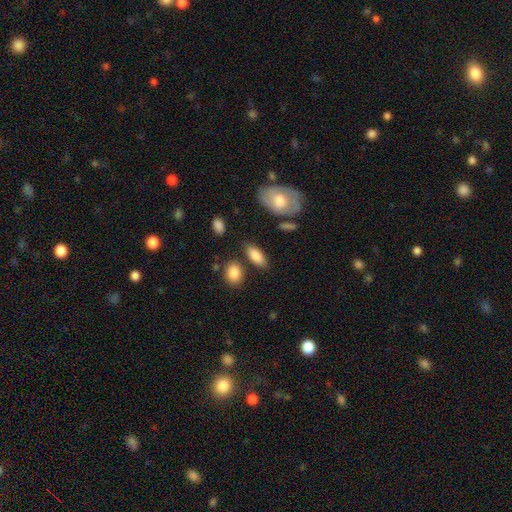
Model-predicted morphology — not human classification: Overall: smooth (84%). How rounded: in between (84%). Merging: none (78%).